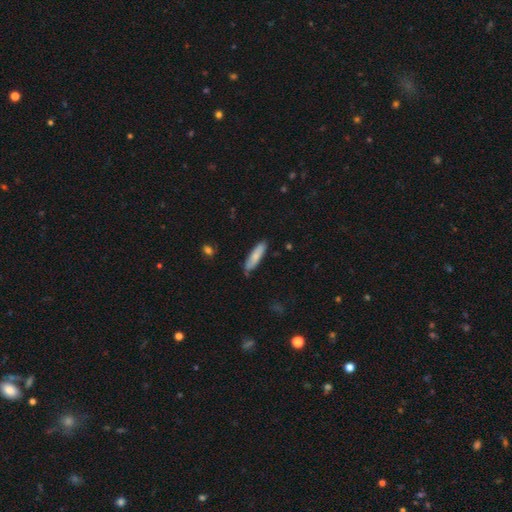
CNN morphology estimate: smooth_or_featured: smooth (p=0.78) [alt: featured or disk p=0.16]
how_rounded: cigar-shaped (p=0.72) [alt: in between p=0.26]
merging: none (p=0.81) [alt: minor disturbance p=0.14]